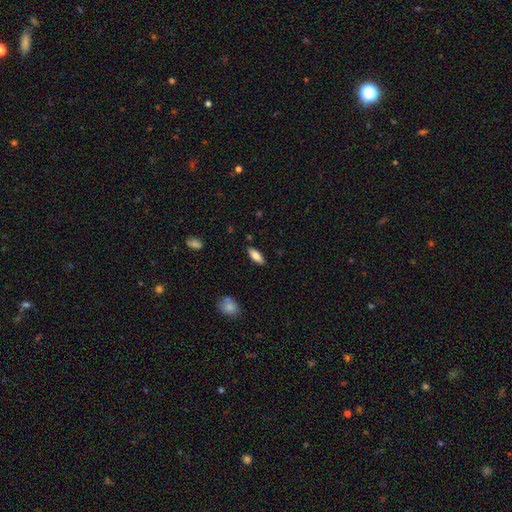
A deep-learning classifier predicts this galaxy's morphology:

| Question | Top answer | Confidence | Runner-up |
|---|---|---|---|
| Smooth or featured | smooth | 77% | featured or disk (16%) |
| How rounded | in between | 74% | cigar-shaped (24%) |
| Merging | none | 87% | minor disturbance (10%) |